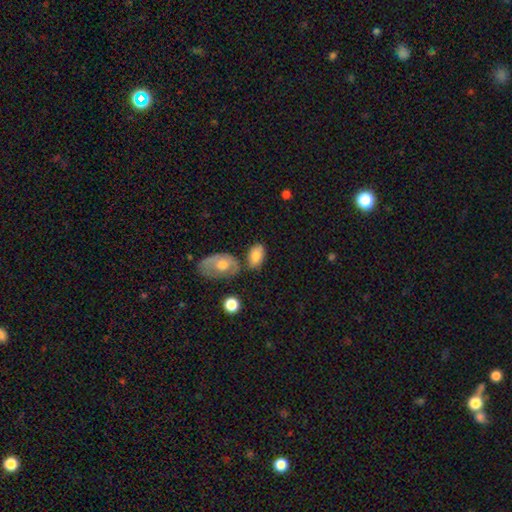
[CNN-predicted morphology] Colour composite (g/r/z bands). It shows a smooth galaxy with no disk features (77%) that is in between round and cigar-shaped (91%). Merging: none (55%).